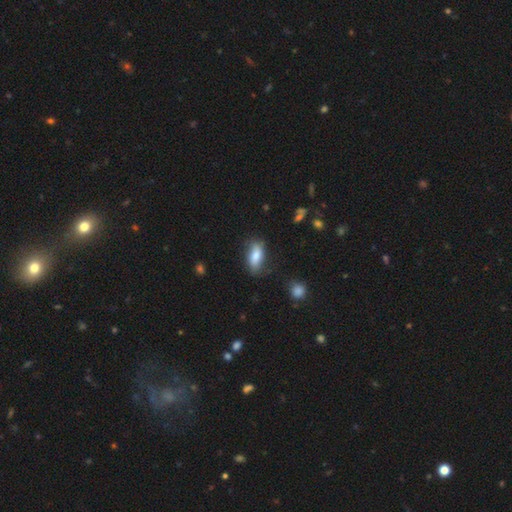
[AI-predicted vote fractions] A smooth galaxy with no disk features (78%) that is in between round and cigar-shaped (81%). Merging: none (70%).